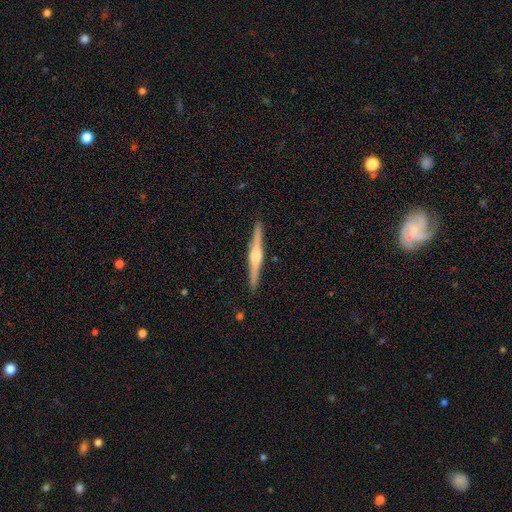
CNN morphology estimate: Smooth or featured? featured or disk (81%)
Edge-on disk? yes (99%)
Edge-on bulge? rounded (83%)
Merging? none (92%)